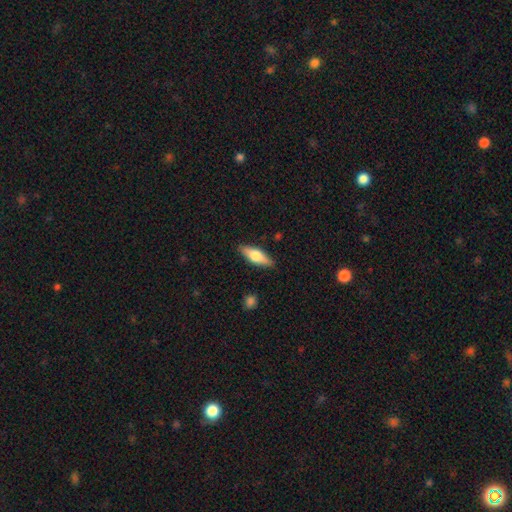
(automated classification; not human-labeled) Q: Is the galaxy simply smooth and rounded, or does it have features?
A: smooth — 57%.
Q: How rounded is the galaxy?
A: in between — 56%.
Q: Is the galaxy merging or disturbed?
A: none — 88%.